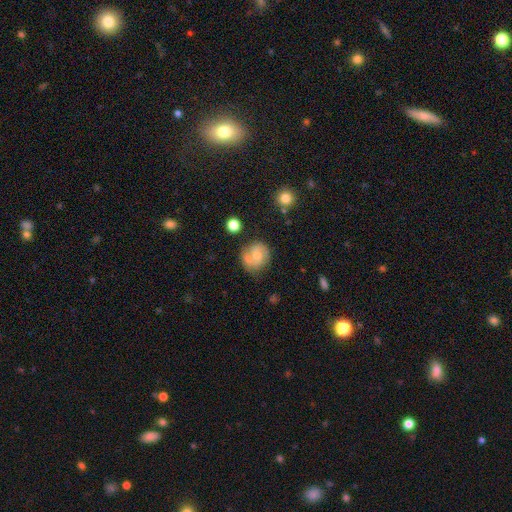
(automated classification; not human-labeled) A featured or disk galaxy (58%) with no bar (59%), spiral arms (87%) and a moderate central bulge (48%).

Vote fractions:
- Smooth or featured? featured or disk: 58% / smooth: 34% / star or artifact: 8%
- Edge-on disk? no: 98% / yes: 2%
- Bar? no: 59% / weak: 35% / strong: 6%
- Spiral arms? yes: 87% / no: 13%
- Bulge size? moderate: 48% / small: 39% / none: 8% / large: 4% / dominant: 1%
- Merging? none: 58% / merger: 18% / minor disturbance: 18% / major disturbance: 6%